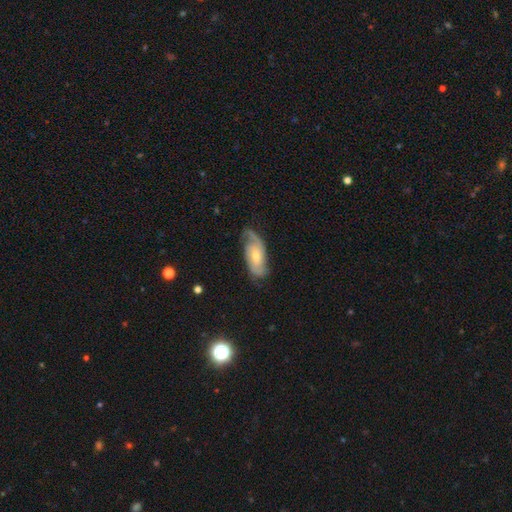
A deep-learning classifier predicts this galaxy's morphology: Smooth or featured? featured or disk (78%)
Edge-on disk? no (93%)
Bar? no (65%)
Spiral arms? yes (95%)
Spiral winding? medium (43%)
Spiral arm count? 2 (69%)
Bulge size? small (49%)
Merging? none (70%)